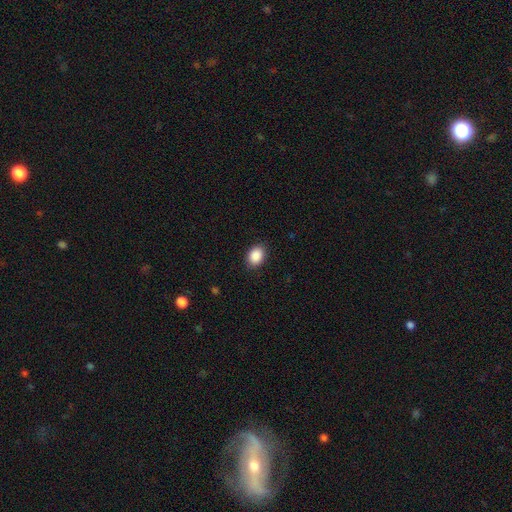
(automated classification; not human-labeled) A smooth galaxy with no disk features (90%) that is in between round and cigar-shaped (70%).

Vote fractions:
- Smooth or featured? smooth: 90% / star or artifact: 8% / featured or disk: 3%
- How rounded? in between: 70% / round: 29% / cigar-shaped: 1%
- Merging? none: 88% / minor disturbance: 9% / major disturbance: 2% / merger: 1%